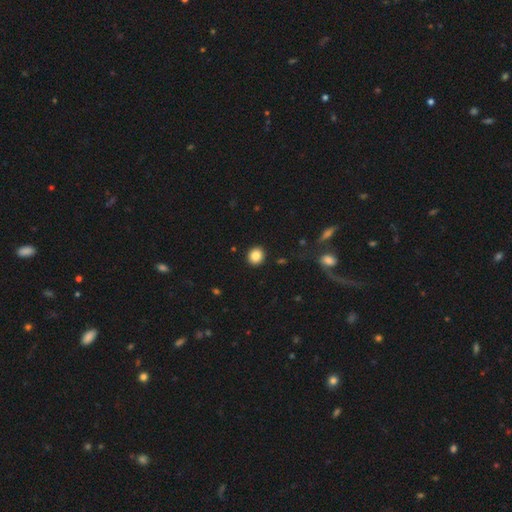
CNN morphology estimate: The model was most divided on "how rounded": round: 85%, in between: 14%, cigar-shaped: 1%. More confident: merging — none (92%); smooth or featured — smooth (85%).